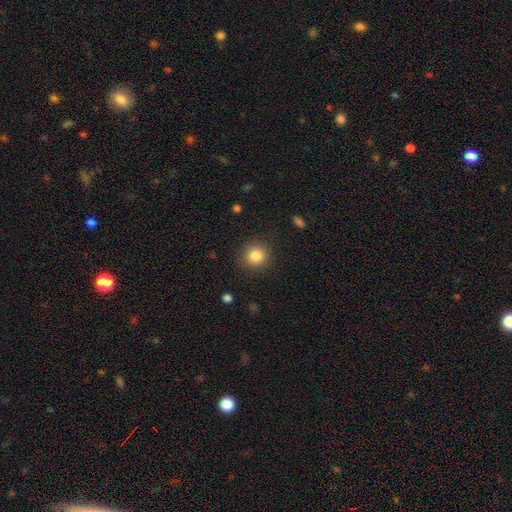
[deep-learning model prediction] This is clearly a smooth galaxy (84%). How rounded: clearly round (92%). Merging: clearly none (89%).